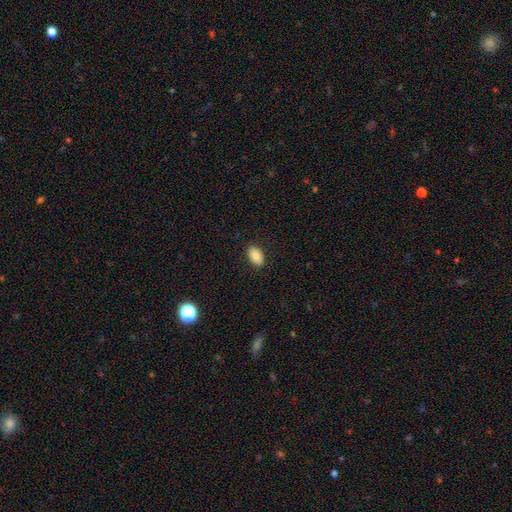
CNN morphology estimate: smooth-or-featured: smooth: 84% | featured or disk: 8% | star or artifact: 8%
  how-rounded: in between: 90% | round: 9% | cigar-shaped: 1%
  merging: none: 88% | minor disturbance: 9% | major disturbance: 2% | merger: 1%